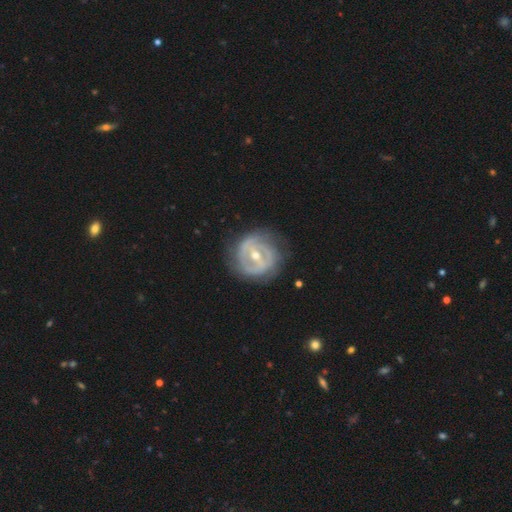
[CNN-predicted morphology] This is clearly a featured or disk galaxy (83%). It is clearly not viewed edge-on (96%). Bar: possibly strong (48%). Spiral arm pattern: likely yes (76%). Spiral arm count: possibly 2 (45%). Spiral winding: likely tight (62%). Central bulge: likely moderate (60%). Merging: likely none (76%).